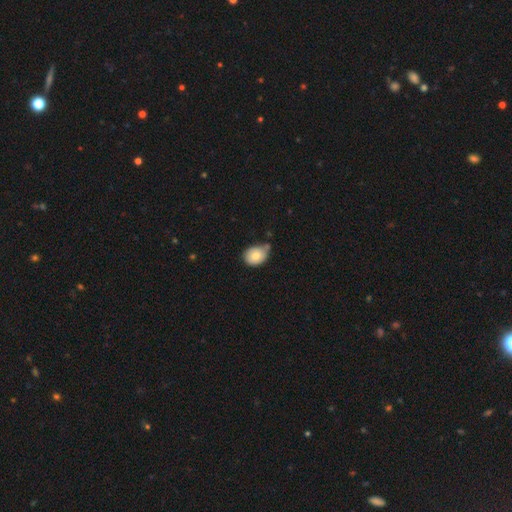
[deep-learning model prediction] Smooth or featured?
  - smooth: 78% *
  - featured or disk: 14%
  - star or artifact: 8%
How rounded?
  - in between: 53% *
  - round: 46%
  - cigar-shaped: 1%
Merging?
  - none: 51% *
  - minor disturbance: 33%
  - merger: 10%
  - major disturbance: 6%